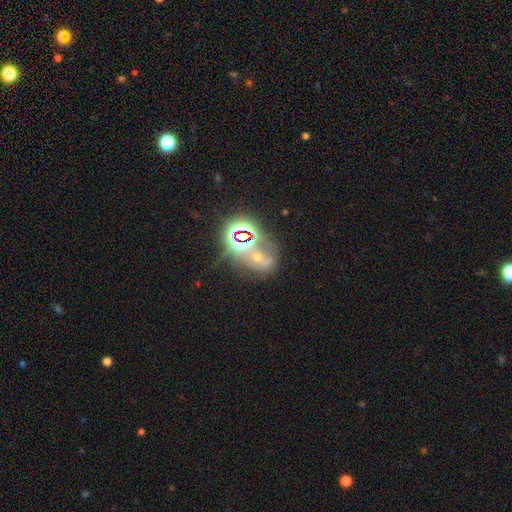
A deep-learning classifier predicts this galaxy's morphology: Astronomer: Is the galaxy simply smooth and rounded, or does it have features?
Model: star or artifact — 53% (runner-up: featured or disk, 29%).